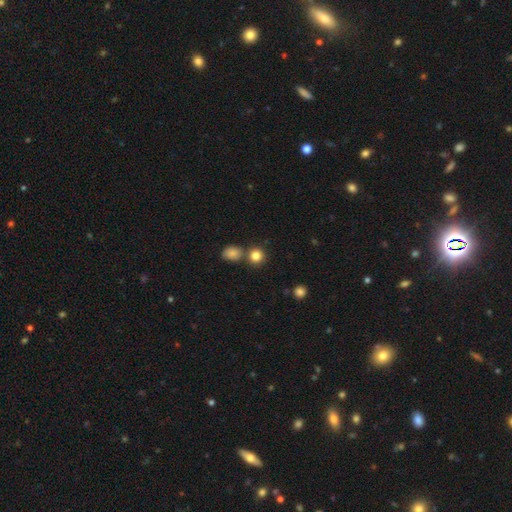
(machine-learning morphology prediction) smooth 83%, star or artifact 11%, featured or disk 6%. Down the decision tree: how rounded — round (86%); merging — none (67%).